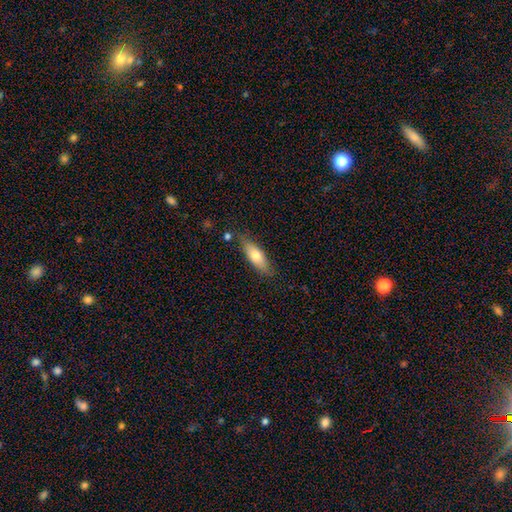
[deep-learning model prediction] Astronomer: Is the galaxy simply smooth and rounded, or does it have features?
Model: smooth — 69%.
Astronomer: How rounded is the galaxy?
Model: in between — 60% (runner-up: cigar-shaped, 38%).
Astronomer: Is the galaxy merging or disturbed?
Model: none — 77%.